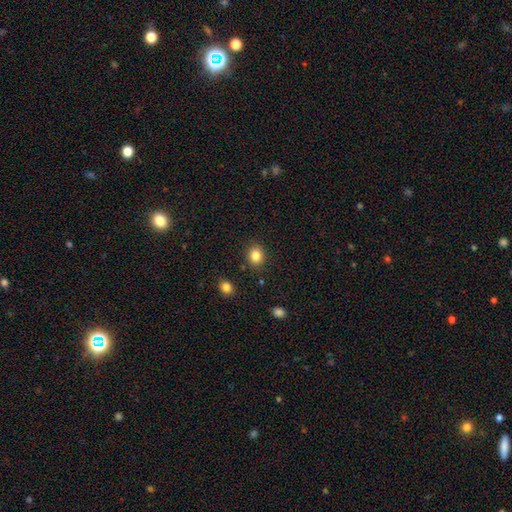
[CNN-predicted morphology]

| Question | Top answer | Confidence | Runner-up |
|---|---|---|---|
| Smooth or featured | smooth | 84% | star or artifact (11%) |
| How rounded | round | 67% | in between (32%) |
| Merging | none | 87% | minor disturbance (8%) |